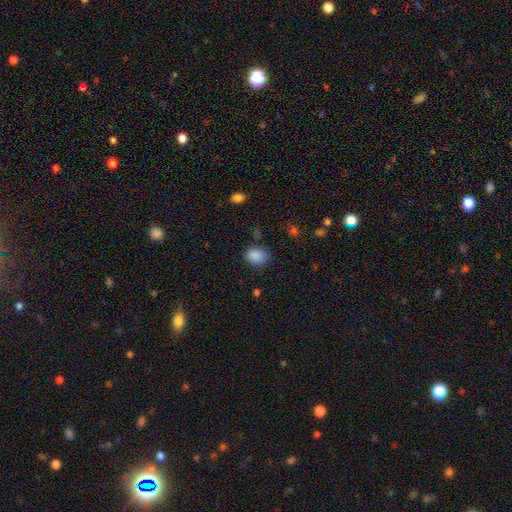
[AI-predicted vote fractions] Smooth or featured? Predicted: smooth (p=0.87). How rounded? Predicted: in between (p=0.55). Merging? Predicted: none (p=0.77).